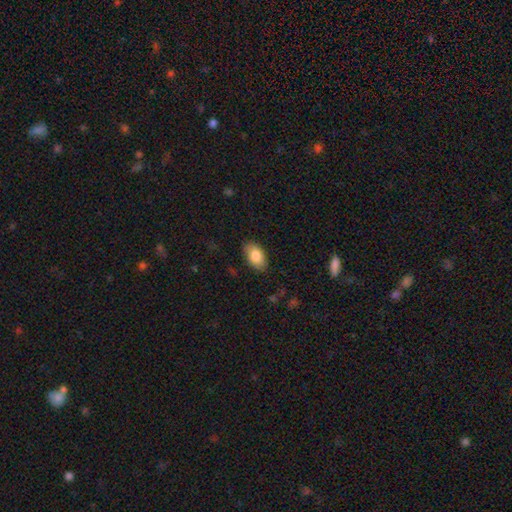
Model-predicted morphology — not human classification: smooth-or-featured: smooth: 84% | featured or disk: 10% | star or artifact: 7%
  how-rounded: in between: 93% | round: 5% | cigar-shaped: 2%
  merging: none: 85% | minor disturbance: 11% | major disturbance: 3% | merger: 1%